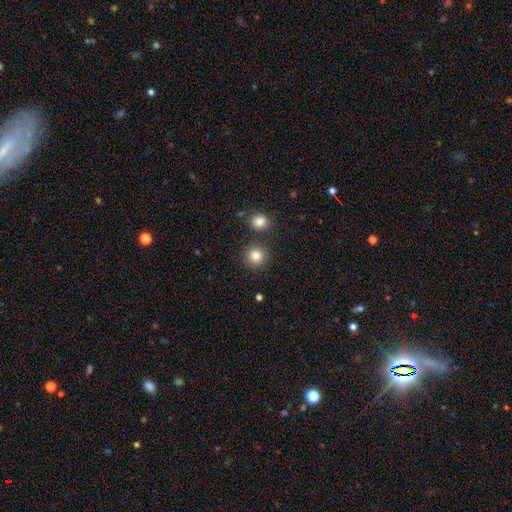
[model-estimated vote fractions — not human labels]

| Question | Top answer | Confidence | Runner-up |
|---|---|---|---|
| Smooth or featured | smooth | 83% | star or artifact (11%) |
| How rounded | round | 93% | in between (6%) |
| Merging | none | 85% | minor disturbance (7%) |